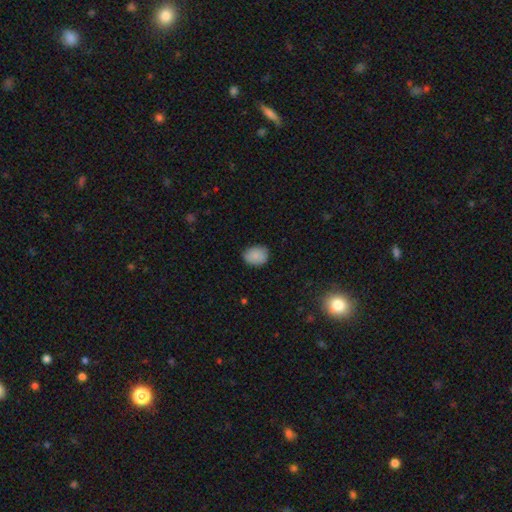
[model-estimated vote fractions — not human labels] Q: Smooth or featured?
A: smooth (87%); runner-up: star or artifact (8%)
Q: How rounded?
A: in between (54%); runner-up: round (45%)
Q: Merging?
A: none (80%); runner-up: minor disturbance (16%)